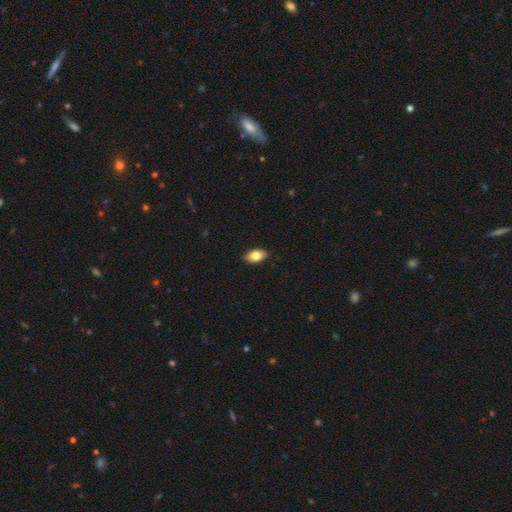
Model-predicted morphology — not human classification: Q: Smooth or featured?
A: smooth (81%); runner-up: featured or disk (12%)
Q: How rounded?
A: in between (92%); runner-up: round (5%)
Q: Merging?
A: none (90%); runner-up: minor disturbance (8%)